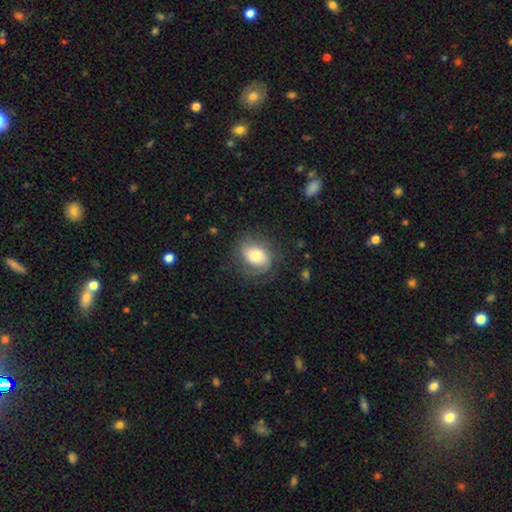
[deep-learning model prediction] The model was most divided on "how rounded": in between: 61%, round: 37%, cigar-shaped: 1%. More confident: merging — none (67%); smooth or featured — smooth (59%).